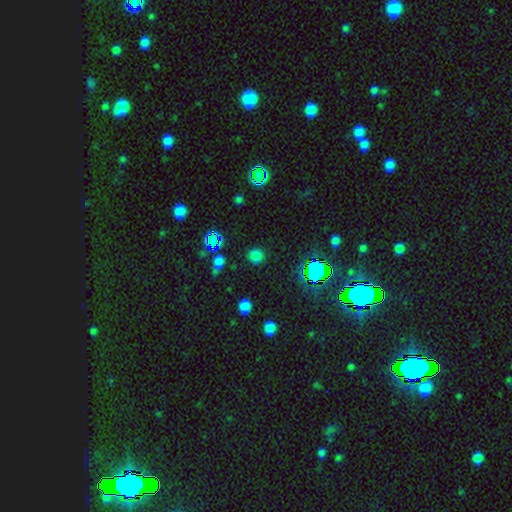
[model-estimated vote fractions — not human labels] Overall: smooth (66%; star or artifact 28%). How rounded: round (92%). Merging: none (87%).